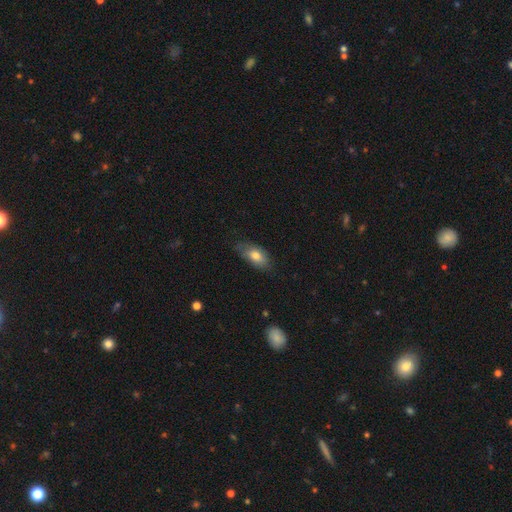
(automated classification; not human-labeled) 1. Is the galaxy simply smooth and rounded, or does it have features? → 75% smooth, 18% featured or disk, 7% star or artifact.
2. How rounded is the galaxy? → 88% in between, 6% cigar-shaped, 5% round.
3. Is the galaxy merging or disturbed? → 62% none, 30% minor disturbance, 7% major disturbance, 1% merger.